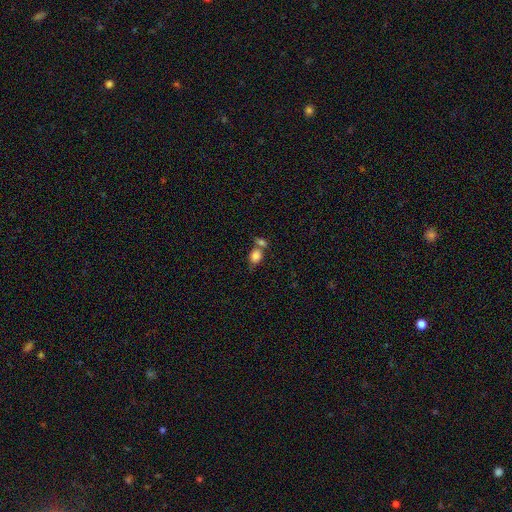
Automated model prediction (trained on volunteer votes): Q: Smooth or featured?
A: smooth (83%); runner-up: star or artifact (9%)
Q: How rounded?
A: in between (58%); runner-up: round (40%)
Q: Merging?
A: merger (45%); runner-up: none (38%)